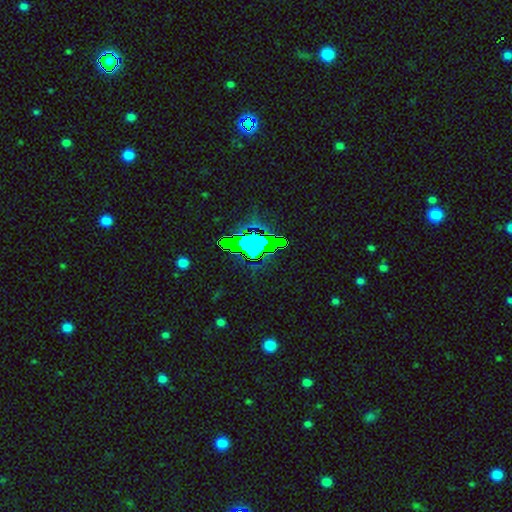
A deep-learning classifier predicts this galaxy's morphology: star or artifact 67%, smooth 21%, featured or disk 13%.